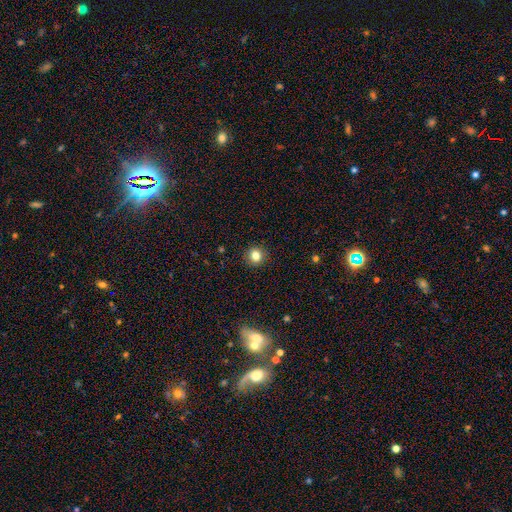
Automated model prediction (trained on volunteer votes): Smooth or featured: smooth — 82% (star or artifact — 12%)
How rounded: round — 91% (in between — 8%)
Merging: none — 92% (minor disturbance — 5%)